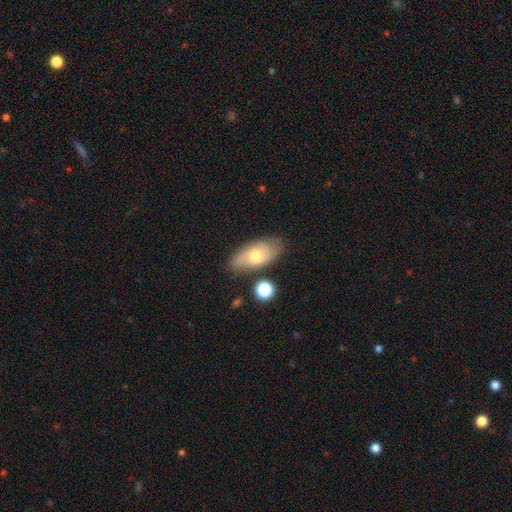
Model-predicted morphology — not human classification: Smooth or featured?
  - smooth: 55% *
  - featured or disk: 37%
  - star or artifact: 8%
How rounded?
  - in between: 88% *
  - cigar-shaped: 7%
  - round: 6%
Merging?
  - none: 73% *
  - minor disturbance: 17%
  - merger: 5%
  - major disturbance: 4%